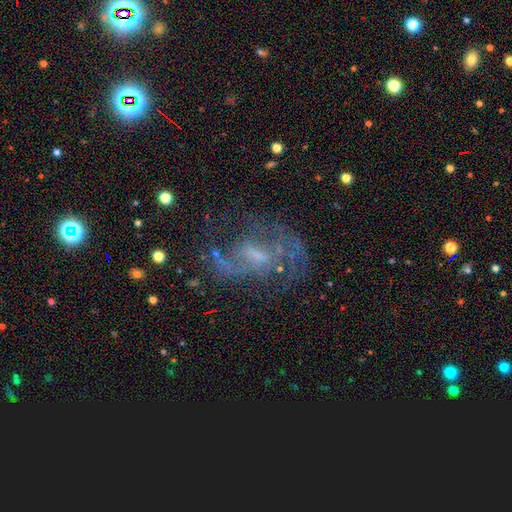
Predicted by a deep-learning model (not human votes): Morphology: type=featured or disk (79%); edge-on=no (96%); bar=weak (52%); spiral arms=yes (81%); winding=medium (46%); arm count=2 (53%); bulge=small (39%); merging=none (55%).